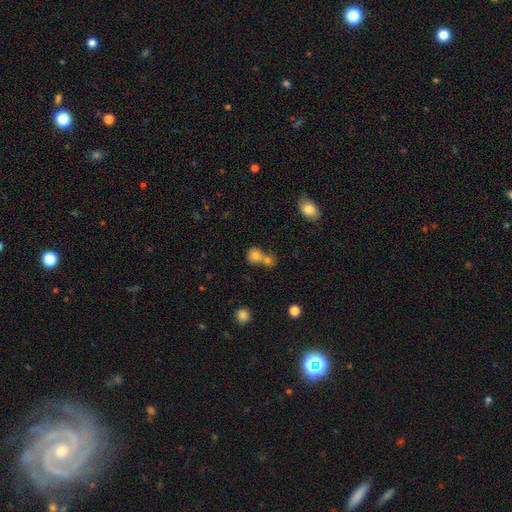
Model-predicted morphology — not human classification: smooth_or_featured: smooth (p=0.76) [alt: star or artifact p=0.12]
how_rounded: round (p=0.77) [alt: in between p=0.22]
merging: merger (p=0.53) [alt: none p=0.36]